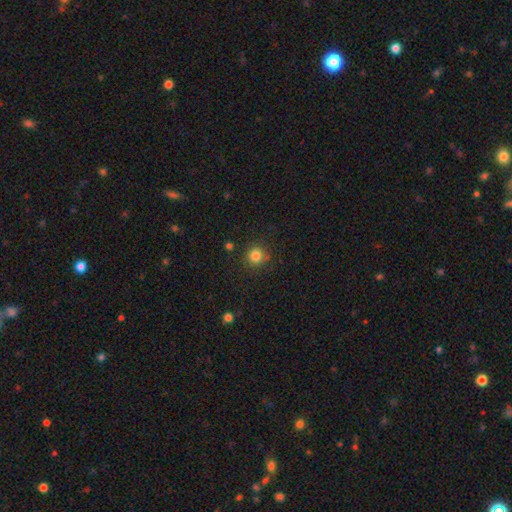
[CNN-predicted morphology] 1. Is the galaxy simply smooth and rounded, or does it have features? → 83% smooth, 12% star or artifact, 5% featured or disk.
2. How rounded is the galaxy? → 93% round, 6% in between, 1% cigar-shaped.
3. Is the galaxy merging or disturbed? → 87% none, 8% minor disturbance, 3% major disturbance, 2% merger.